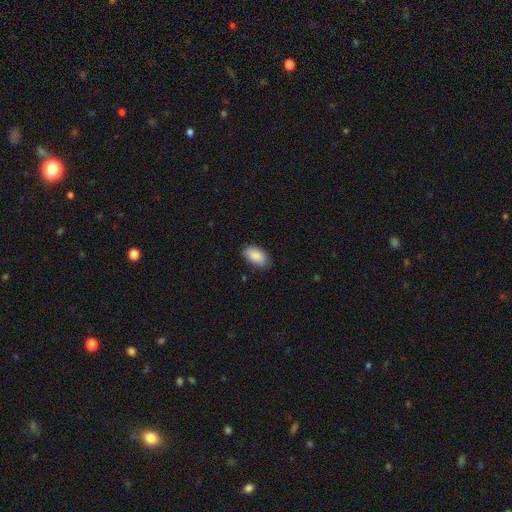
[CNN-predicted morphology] A smooth galaxy with no disk features (89%) that is in between round and cigar-shaped (94%).

Vote fractions:
- Smooth or featured? smooth: 89% / star or artifact: 6% / featured or disk: 5%
- How rounded? in between: 94% / round: 4% / cigar-shaped: 2%
- Merging? none: 81% / minor disturbance: 15% / major disturbance: 3% / merger: 1%